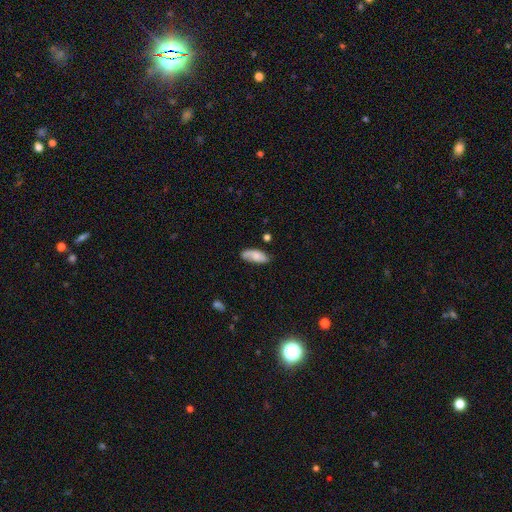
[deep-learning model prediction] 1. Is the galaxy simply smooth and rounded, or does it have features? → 66% smooth, 27% featured or disk, 7% star or artifact.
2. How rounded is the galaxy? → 84% in between, 13% cigar-shaped, 2% round.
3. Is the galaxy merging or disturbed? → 64% none, 24% minor disturbance, 8% major disturbance, 4% merger.